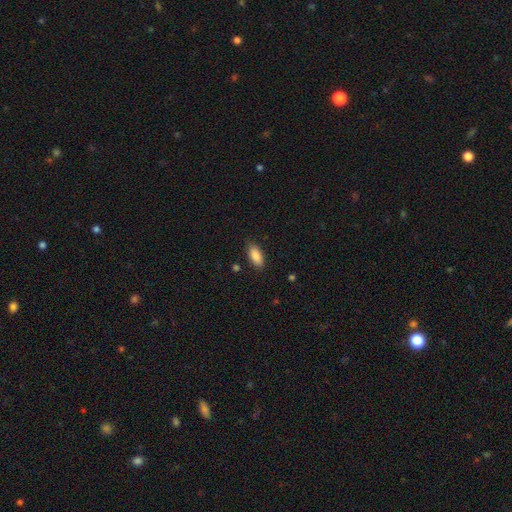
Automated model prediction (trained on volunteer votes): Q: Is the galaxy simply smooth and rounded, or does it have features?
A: smooth — 87%.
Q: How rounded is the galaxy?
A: in between — 87%.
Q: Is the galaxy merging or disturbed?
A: none — 85%.